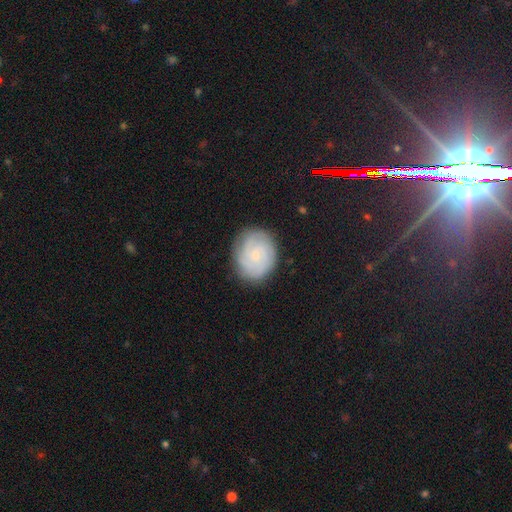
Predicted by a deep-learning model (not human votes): This is likely a featured or disk galaxy (64%). It is clearly not viewed edge-on (98%). Bar: likely no (69%). Spiral arm pattern: clearly yes (94%). Spiral arm count: marginally can't tell (31%). Spiral winding: likely tight (68%). Central bulge: likely small (70%). Merging: clearly none (82%).